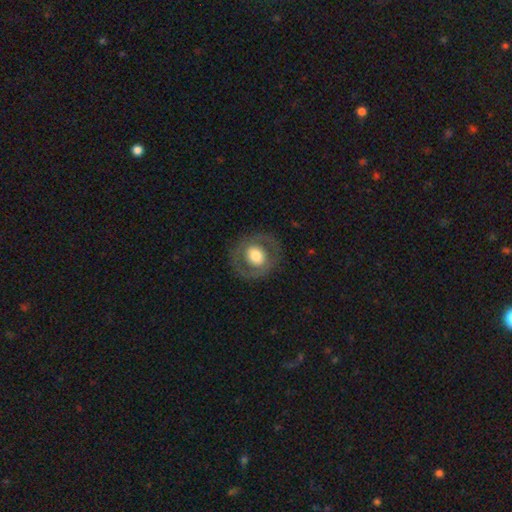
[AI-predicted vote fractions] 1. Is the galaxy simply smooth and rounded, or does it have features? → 51% smooth, 43% featured or disk, 6% star or artifact.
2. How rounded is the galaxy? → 82% round, 17% in between, 1% cigar-shaped.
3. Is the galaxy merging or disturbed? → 80% none, 11% minor disturbance, 8% major disturbance, 1% merger.